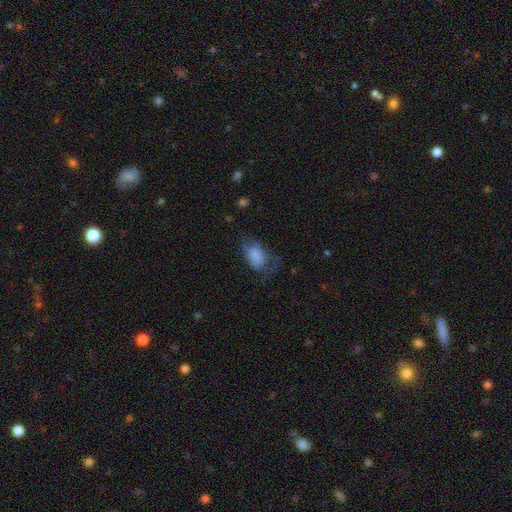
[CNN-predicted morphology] Smooth or featured: smooth — 73% (featured or disk — 19%)
How rounded: in between — 89% (round — 9%)
Merging: none — 37% (major disturbance — 32%)